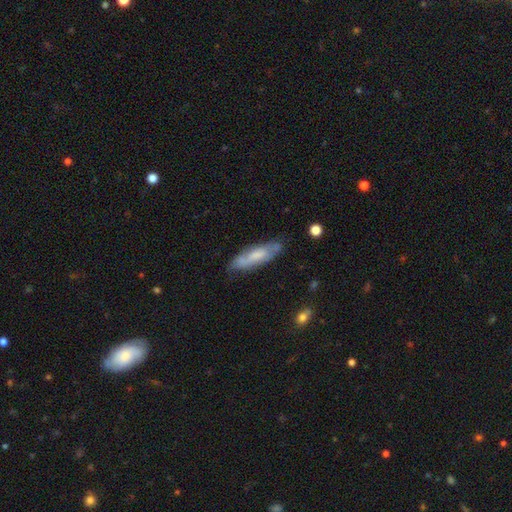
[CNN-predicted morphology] Smooth or featured? Predicted: smooth (p=0.51). How rounded? Predicted: cigar-shaped (p=0.63). Merging? Predicted: none (p=0.71).